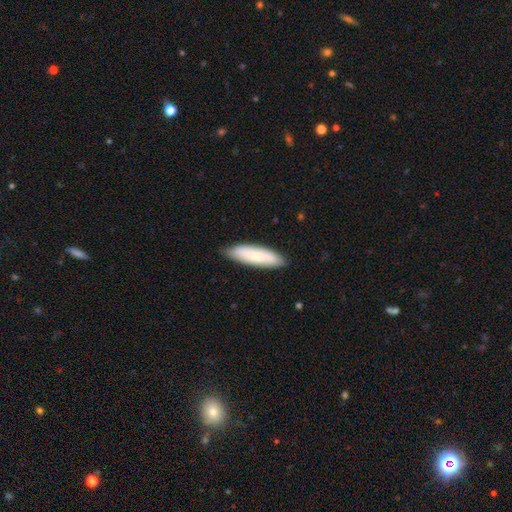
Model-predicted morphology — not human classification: Smooth or featured? Predicted: smooth (p=0.79). How rounded? Predicted: cigar-shaped (p=0.60). Merging? Predicted: none (p=0.85).